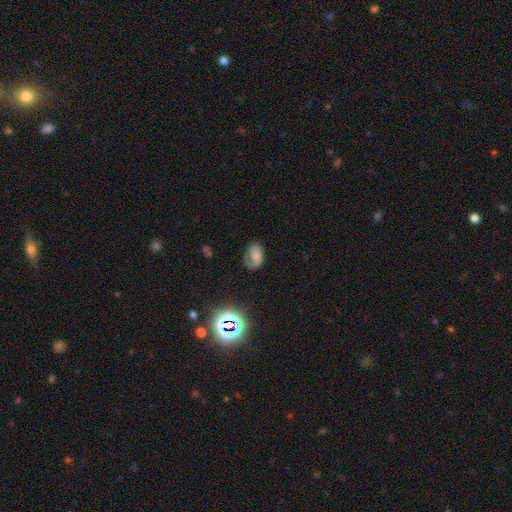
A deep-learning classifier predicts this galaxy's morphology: Smooth or featured? Predicted: smooth (p=0.54). How rounded? Predicted: in between (p=0.84). Merging? Predicted: none (p=0.47).